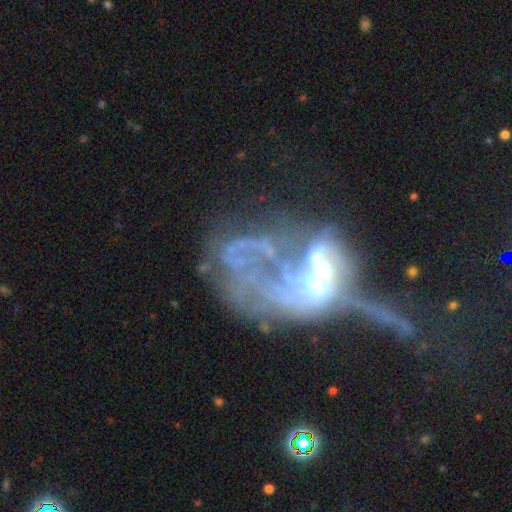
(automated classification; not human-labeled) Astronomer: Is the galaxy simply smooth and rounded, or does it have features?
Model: featured or disk — 68%.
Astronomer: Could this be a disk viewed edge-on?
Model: no — 94%.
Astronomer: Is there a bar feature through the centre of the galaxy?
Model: no — 77%.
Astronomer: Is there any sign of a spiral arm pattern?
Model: no — 69%.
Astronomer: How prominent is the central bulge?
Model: moderate — 39% (runner-up: small, 25%).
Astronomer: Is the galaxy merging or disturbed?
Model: merger — 42% (runner-up: major disturbance, 41%).